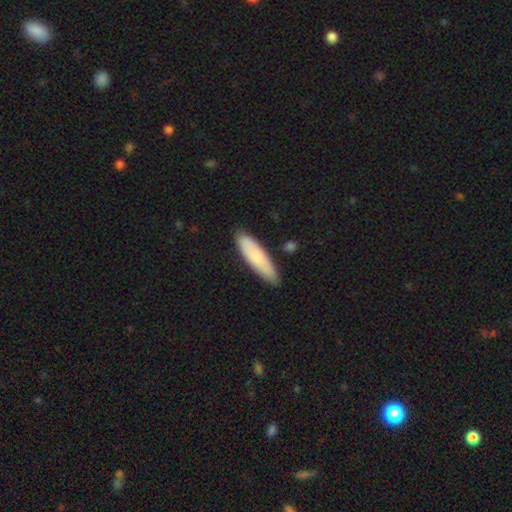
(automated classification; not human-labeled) Smooth or featured: smooth — 76% (featured or disk — 18%)
How rounded: cigar-shaped — 65% (in between — 33%)
Merging: none — 82% (minor disturbance — 14%)